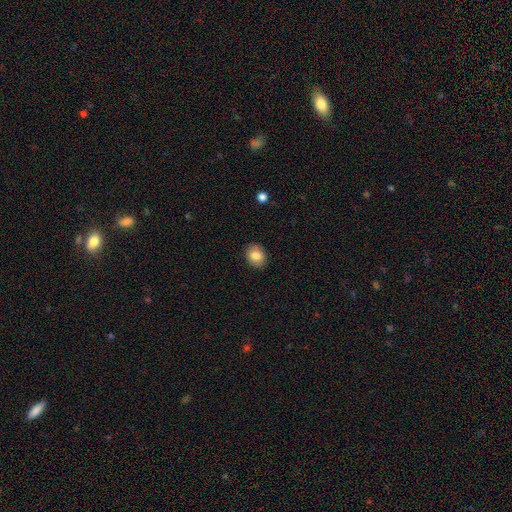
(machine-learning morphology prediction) smooth_or_featured: smooth (p=0.82) [alt: featured or disk p=0.09]
how_rounded: round (p=0.54) [alt: in between p=0.45]
merging: none (p=0.88) [alt: minor disturbance p=0.09]